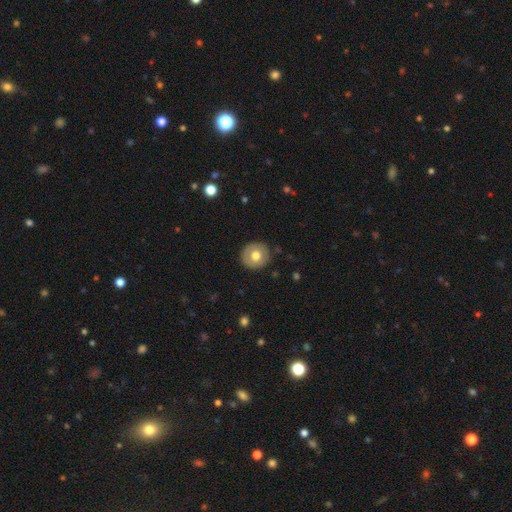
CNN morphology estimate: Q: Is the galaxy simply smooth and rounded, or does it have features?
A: smooth — 68%.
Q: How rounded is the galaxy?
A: round — 91%.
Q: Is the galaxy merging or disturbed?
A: none — 89%.